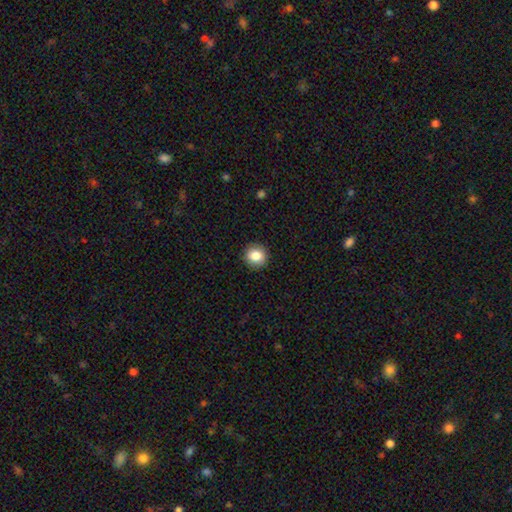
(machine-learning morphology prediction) Smooth or featured?
  - smooth: 85% *
  - star or artifact: 9%
  - featured or disk: 6%
How rounded?
  - round: 89% *
  - in between: 10%
  - cigar-shaped: 1%
Merging?
  - none: 92% *
  - minor disturbance: 6%
  - major disturbance: 2%
  - merger: 1%